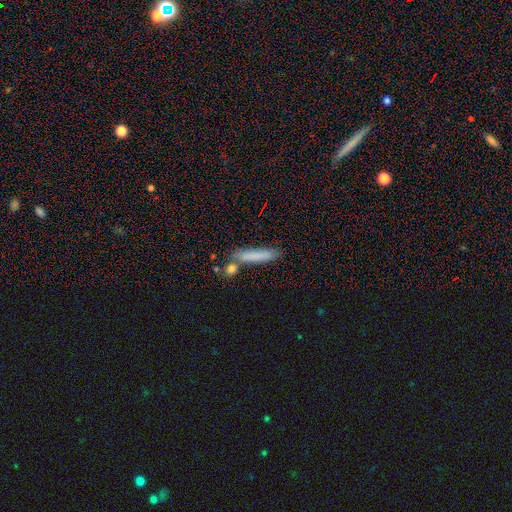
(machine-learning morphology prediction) smooth_or_featured: smooth (p=0.77) [alt: featured or disk p=0.16]
how_rounded: cigar-shaped (p=0.88) [alt: in between p=0.10]
merging: none (p=0.69) [alt: minor disturbance p=0.15]